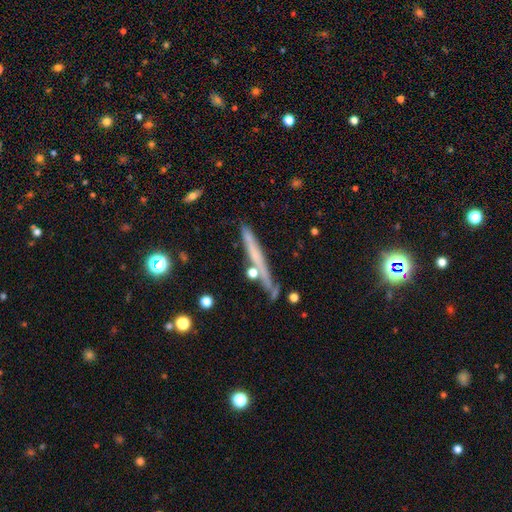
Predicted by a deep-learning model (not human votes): featured or disk 53%, smooth 37%, star or artifact 10%. Down the decision tree: edge-on disk — yes (94%); merging — none (77%).